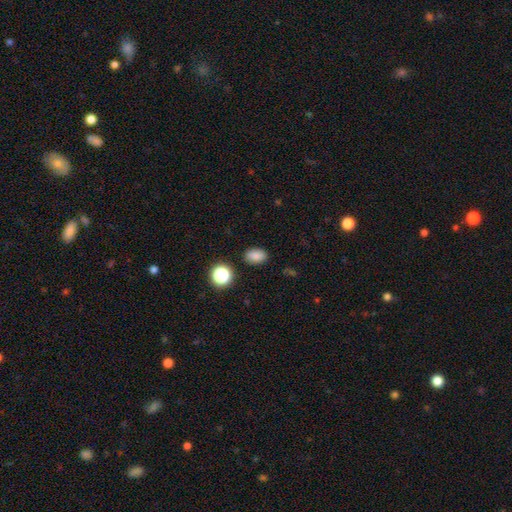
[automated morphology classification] Smooth or featured? smooth (83%)
How rounded? in between (78%)
Merging? none (84%)